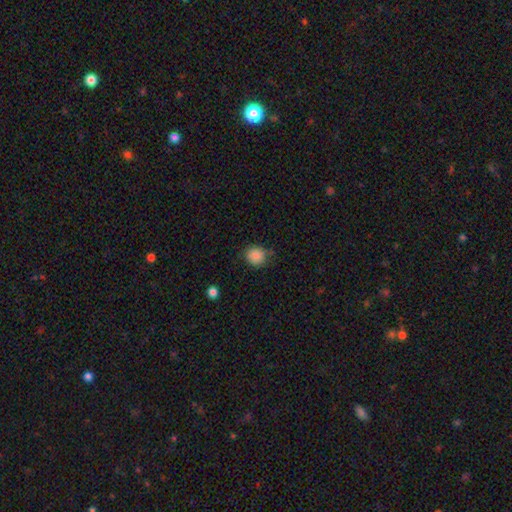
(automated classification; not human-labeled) Morphology: type=smooth (86%); roundness=round (86%); merging=none (77%).